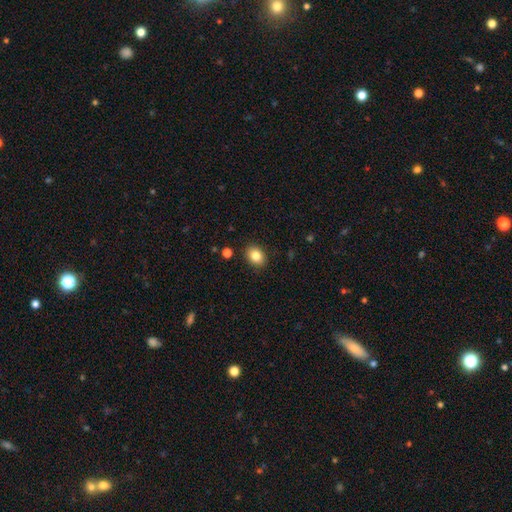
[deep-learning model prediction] Smooth or featured?
  - smooth: 83% *
  - star or artifact: 10%
  - featured or disk: 7%
How rounded?
  - in between: 57% *
  - round: 42%
  - cigar-shaped: 1%
Merging?
  - none: 89% *
  - minor disturbance: 8%
  - major disturbance: 2%
  - merger: 2%